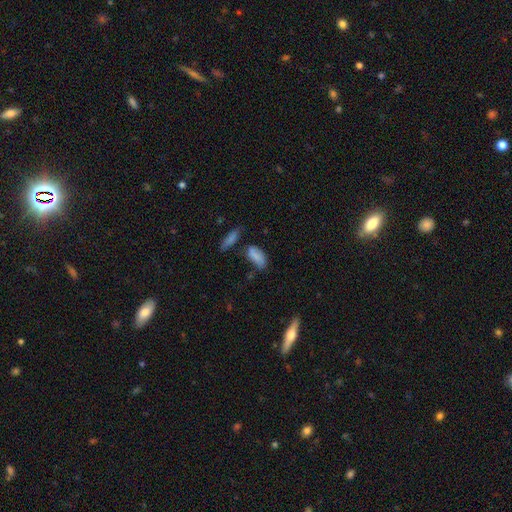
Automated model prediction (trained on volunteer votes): Overall: smooth (80%). How rounded: in between (83%). Merging: none (49%; minor disturbance 27%).